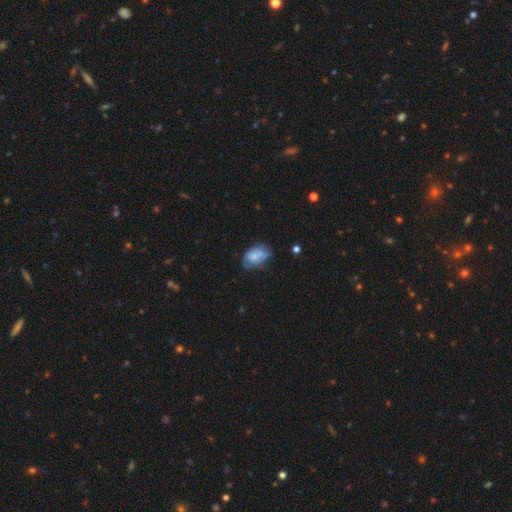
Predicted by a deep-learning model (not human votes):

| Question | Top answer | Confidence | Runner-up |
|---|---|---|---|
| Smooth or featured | smooth | 59% | featured or disk (32%) |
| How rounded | in between | 86% | round (13%) |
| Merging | none | 43% | minor disturbance (34%) |